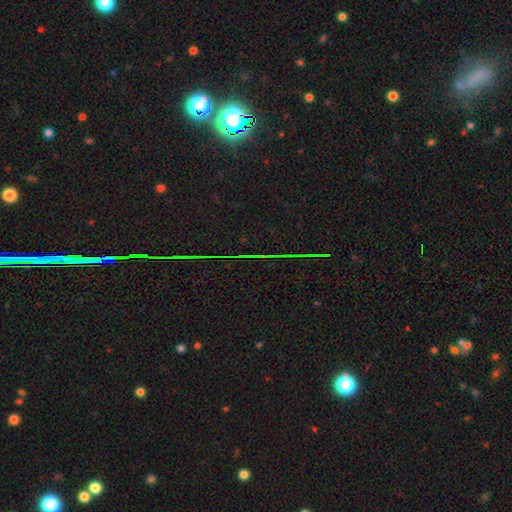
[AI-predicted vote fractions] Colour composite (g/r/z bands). It shows a star or artifact, not a galaxy (83%).